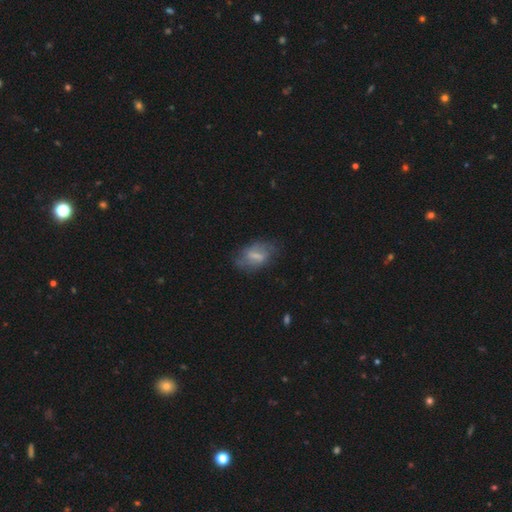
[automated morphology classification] The model was most divided on "bulge size": none: 35%, small: 33%, moderate: 26%, large: 5%, dominant: 1%. Remaining: edge-on disk — no (94%); spiral arms — yes (69%); merging — none (64%); smooth or featured — featured or disk (57%); bar — weak (48%).